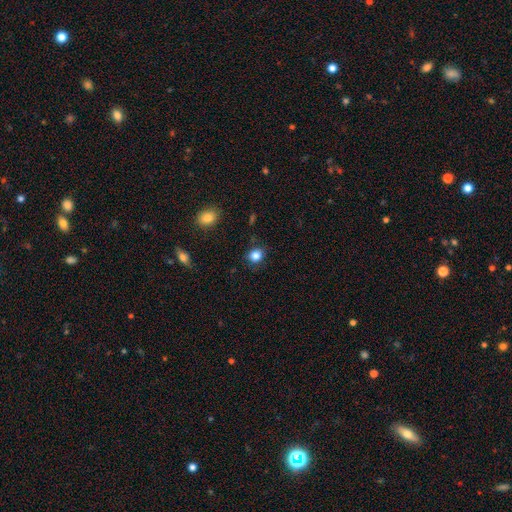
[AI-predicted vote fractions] Morphology: type=smooth (84%); roundness=round (59%); merging=none (81%).